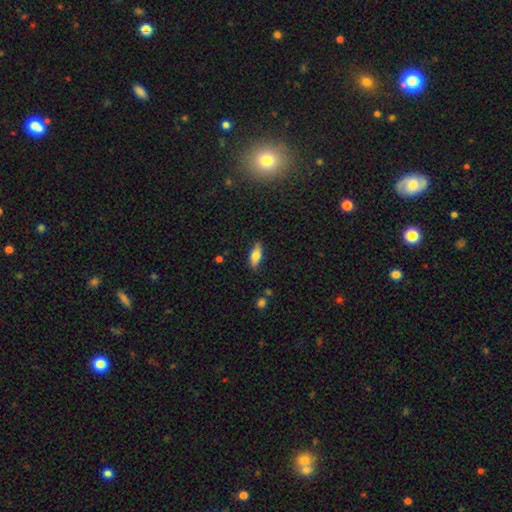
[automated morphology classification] A smooth galaxy with no disk features (73%) that is in between round and cigar-shaped (73%). Merging: none (85%).